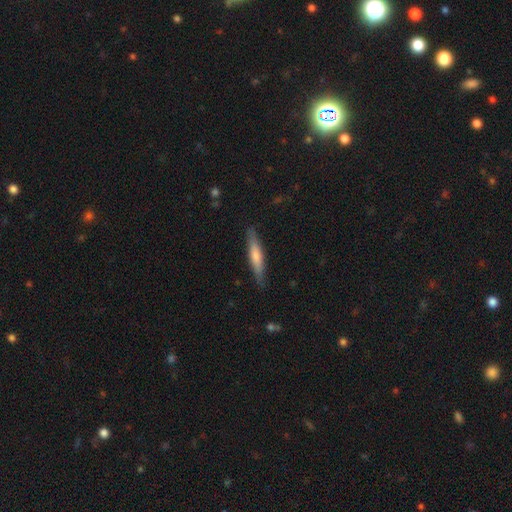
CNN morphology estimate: smooth 58%, featured or disk 36%, star or artifact 6%. Down the decision tree: how rounded — cigar-shaped (89%); merging — none (87%).